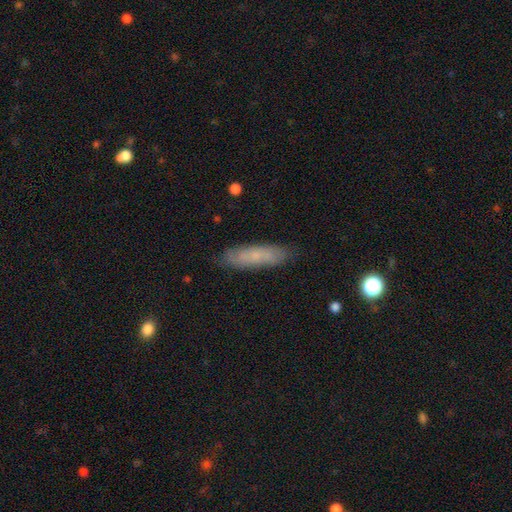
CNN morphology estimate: A smooth galaxy with no disk features (61%) that is cigar-shaped (71%).

Vote fractions:
- Smooth or featured? smooth: 61% / featured or disk: 31% / star or artifact: 7%
- How rounded? cigar-shaped: 71% / in between: 27% / round: 2%
- Merging? none: 83% / minor disturbance: 13% / major disturbance: 3% / merger: 1%